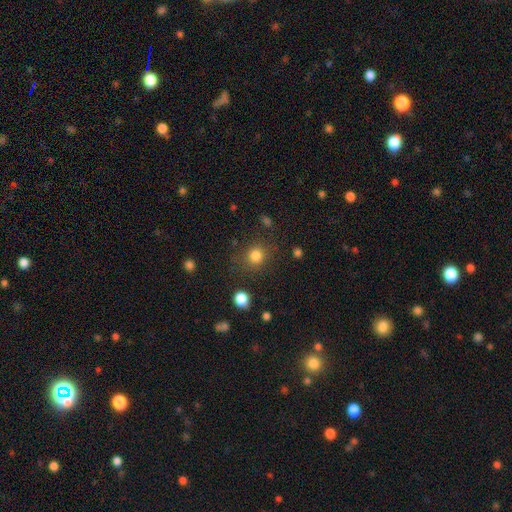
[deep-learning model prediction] Overall: smooth (82%). How rounded: round (84%). Merging: none (81%).